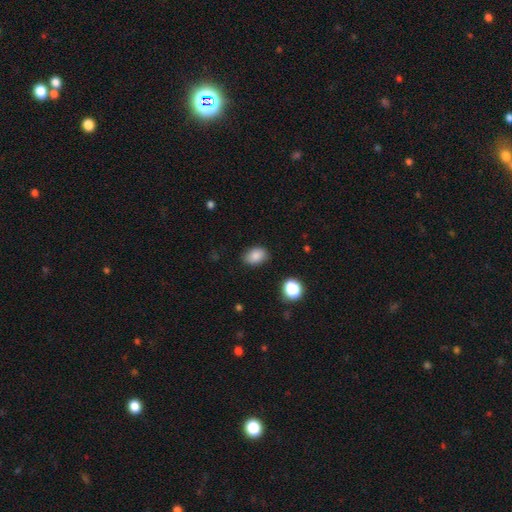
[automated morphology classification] The model was most divided on "how rounded": in between: 80%, round: 19%, cigar-shaped: 1%. More confident: smooth or featured — smooth (85%); merging — none (83%).